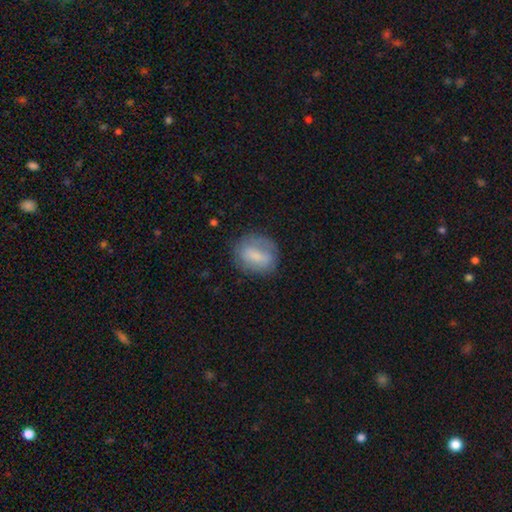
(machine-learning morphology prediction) Smooth or featured: smooth — 64% (featured or disk — 28%)
How rounded: round — 51% (in between — 47%)
Merging: none — 68% (minor disturbance — 21%)